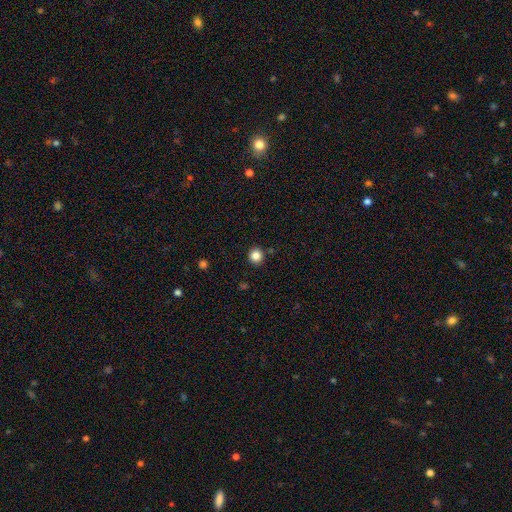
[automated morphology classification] smooth 84%, star or artifact 12%, featured or disk 4%. Down the decision tree: how rounded — round (94%); merging — none (90%).